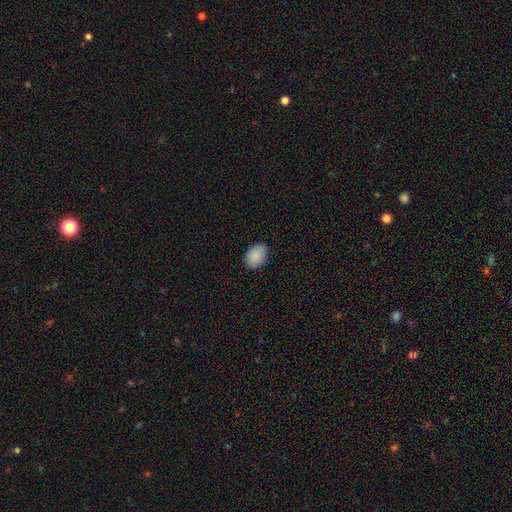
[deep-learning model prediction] smooth-or-featured: smooth: 89% | star or artifact: 7% | featured or disk: 4%
  how-rounded: in between: 69% | round: 30% | cigar-shaped: 1%
  merging: none: 86% | minor disturbance: 11% | major disturbance: 2% | merger: 1%